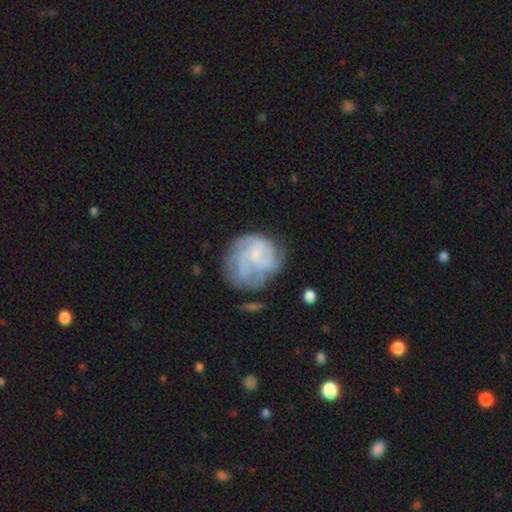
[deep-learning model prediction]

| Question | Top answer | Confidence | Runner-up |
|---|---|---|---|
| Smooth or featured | featured or disk | 69% | smooth (24%) |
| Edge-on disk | no | 98% | yes (2%) |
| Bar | no | 67% | weak (28%) |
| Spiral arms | yes | 80% | no (20%) |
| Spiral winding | medium | 40% | tied: tight (40%) |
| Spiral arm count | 3 | 31% | can't tell (30%) |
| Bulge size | small | 53% | none (26%) |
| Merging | none | 53% | minor disturbance (23%) |